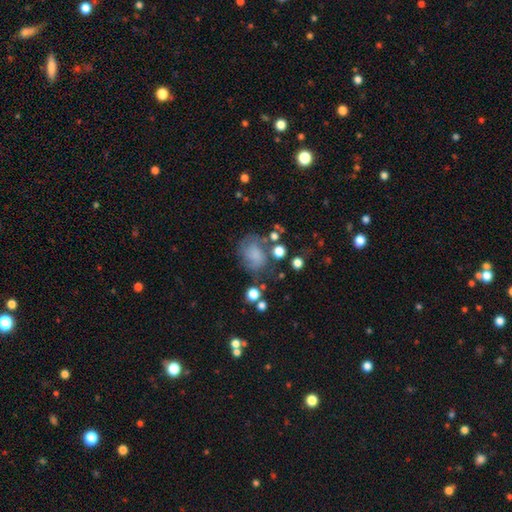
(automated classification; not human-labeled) The model was most divided on "how rounded": in between: 50%, round: 49%, cigar-shaped: 1%. Remaining: smooth or featured — smooth (63%); merging — none (49%).